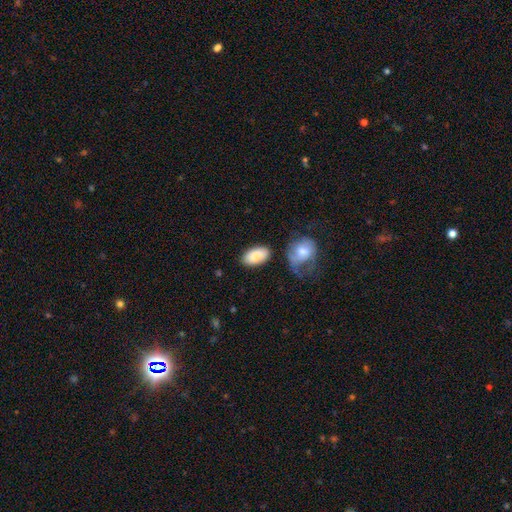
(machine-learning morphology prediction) Overall: smooth (84%). How rounded: in between (94%). Merging: none (74%).